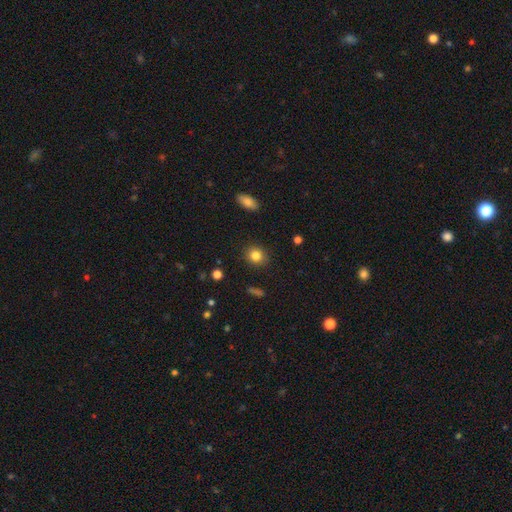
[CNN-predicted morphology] Q: Smooth or featured?
A: smooth (83%); runner-up: star or artifact (10%)
Q: How rounded?
A: round (75%); runner-up: in between (24%)
Q: Merging?
A: none (89%); runner-up: minor disturbance (7%)